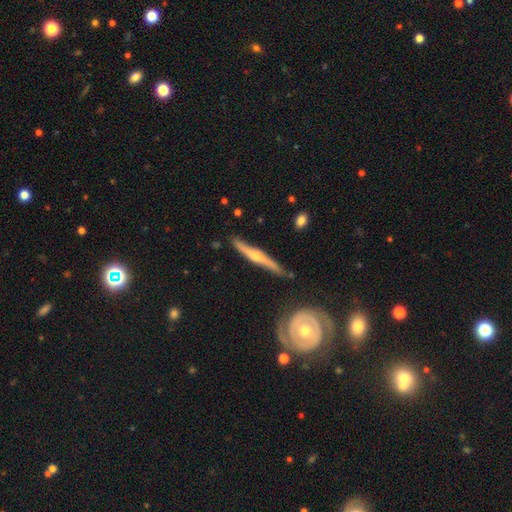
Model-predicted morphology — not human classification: Q: Smooth or featured?
A: featured or disk (78%); runner-up: smooth (18%)
Q: Edge-on disk?
A: yes (94%); runner-up: no (6%)
Q: Edge-on bulge?
A: rounded (89%); runner-up: none (8%)
Q: Merging?
A: none (79%); runner-up: minor disturbance (15%)